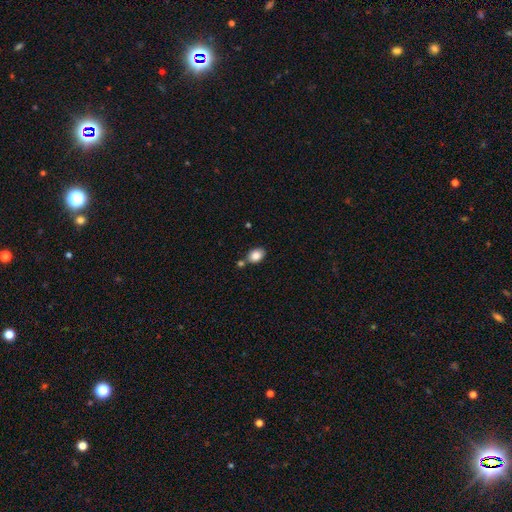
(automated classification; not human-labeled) The model was most divided on "how rounded": in between: 76%, round: 23%, cigar-shaped: 1%. More confident: smooth or featured — smooth (85%); merging — none (70%).